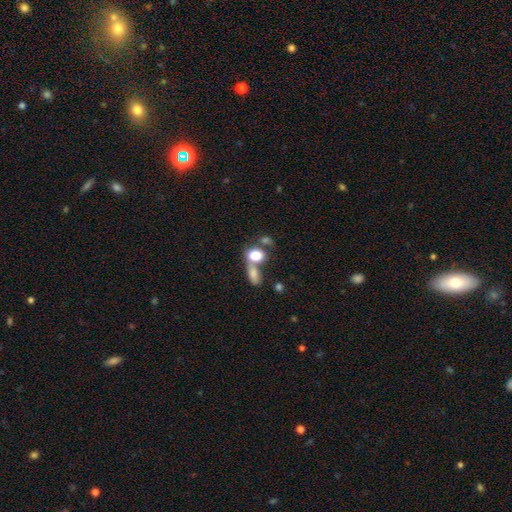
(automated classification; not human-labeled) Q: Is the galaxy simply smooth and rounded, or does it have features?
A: smooth — 80%.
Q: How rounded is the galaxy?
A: in between — 74%.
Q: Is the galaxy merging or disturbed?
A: merger — 54%.